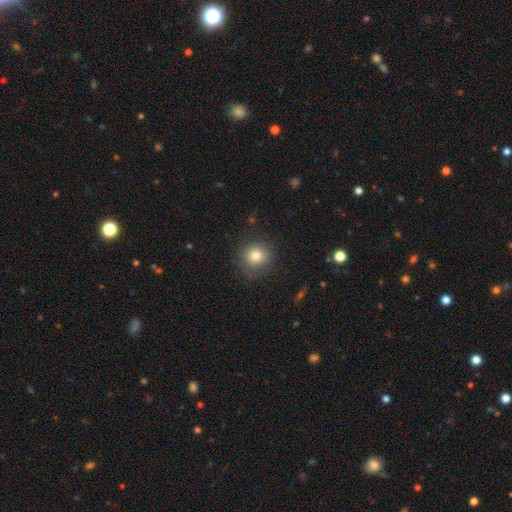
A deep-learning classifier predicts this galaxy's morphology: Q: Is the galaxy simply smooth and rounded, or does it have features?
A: smooth — 78%.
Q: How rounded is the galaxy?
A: round — 91%.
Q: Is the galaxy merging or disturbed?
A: none — 82%.